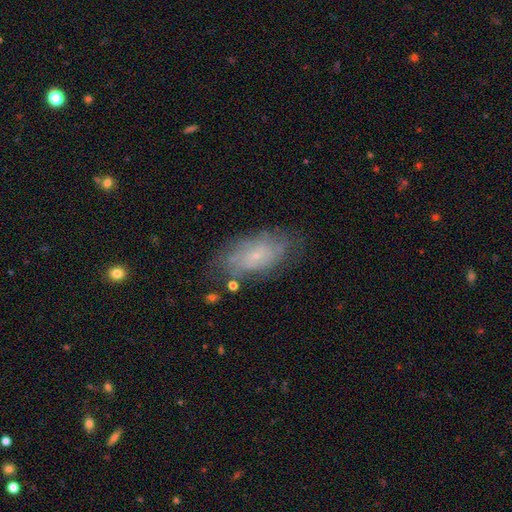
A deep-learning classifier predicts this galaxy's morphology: Overall: featured or disk (49%; smooth 41%). Merging: none (66%).